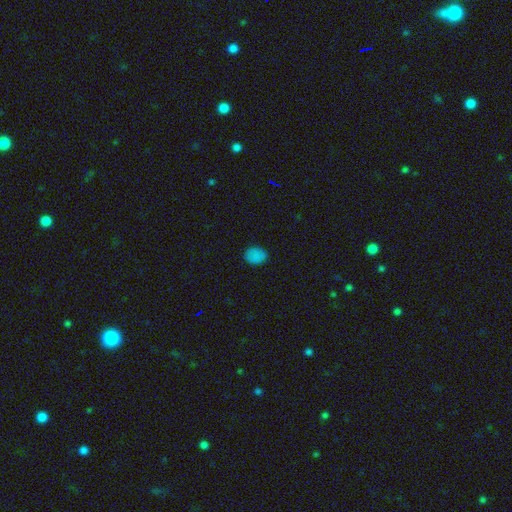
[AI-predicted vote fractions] The model was most divided on "how rounded": in between: 51%, round: 48%, cigar-shaped: 1%. More confident: merging — none (86%); smooth or featured — smooth (82%).